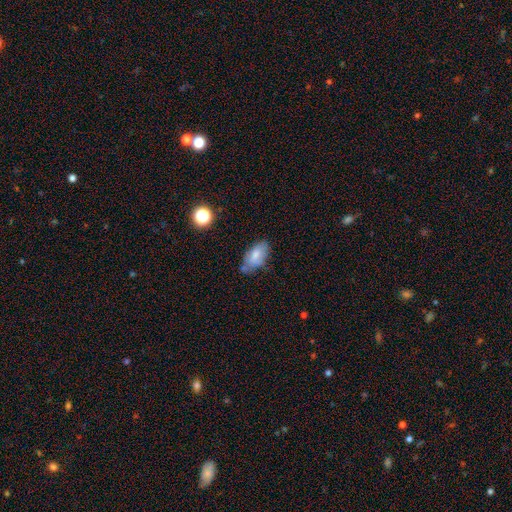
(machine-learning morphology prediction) Overall: smooth (74%). How rounded: in between (92%). Merging: none (60%; minor disturbance 28%).